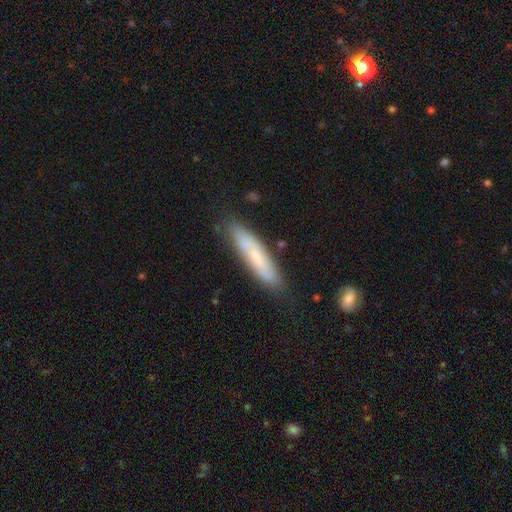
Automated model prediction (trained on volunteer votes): Morphology: type=smooth (61%); roundness=cigar-shaped (82%); merging=none (80%).